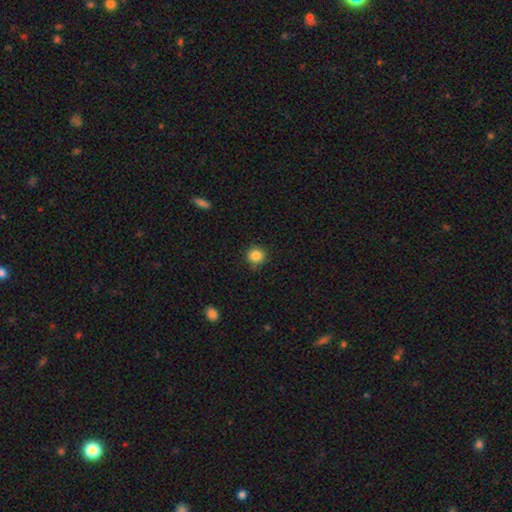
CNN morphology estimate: This is clearly a smooth galaxy (85%). How rounded: clearly round (92%). Merging: clearly none (85%).